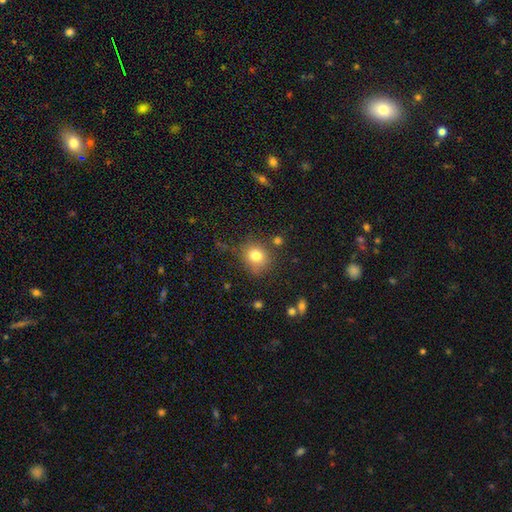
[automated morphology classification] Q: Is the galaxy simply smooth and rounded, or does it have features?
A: smooth — 80%.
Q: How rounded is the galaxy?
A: round — 78%.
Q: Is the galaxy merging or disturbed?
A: none — 74%.